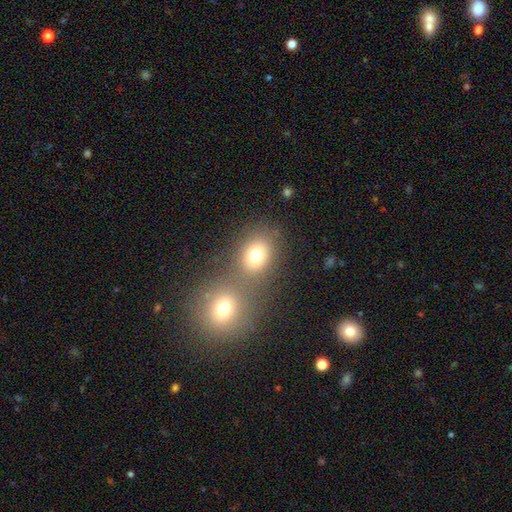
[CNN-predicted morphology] smooth 76%, star or artifact 13%, featured or disk 11%. Down the decision tree: how rounded — round (53%); merging — none (52%).